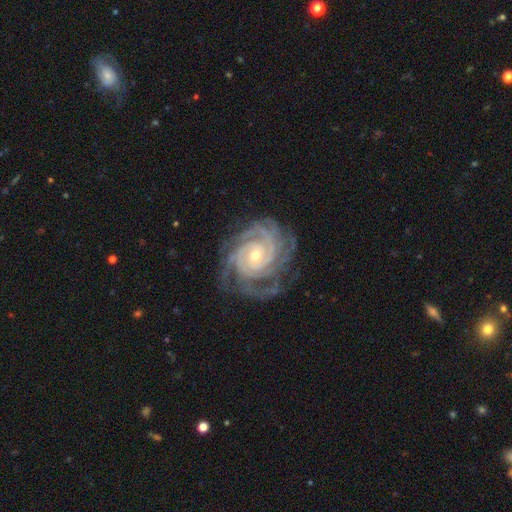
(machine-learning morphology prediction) Overall: featured or disk (93%). Edge-on disk: no (98%). Bar: no (68%). Spiral arms: yes (99%). Spiral arm count: 4 (29%; 3 21%). Spiral winding: tight (81%). Bulge size: small (60%; moderate 37%). Merging: none (75%).